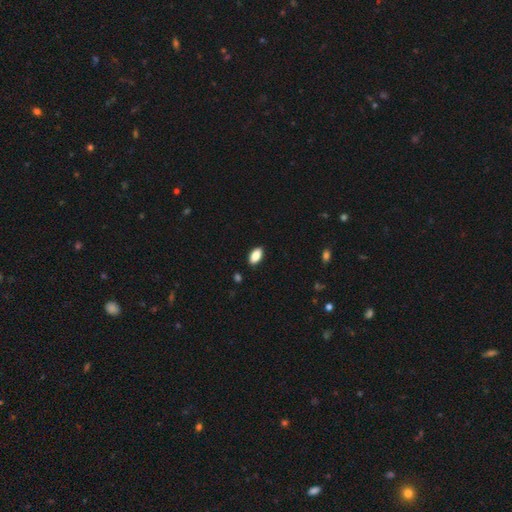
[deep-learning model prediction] The model was most divided on "merging": none: 89%, minor disturbance: 9%, major disturbance: 2%, merger: 1%. More confident: how rounded — in between (91%); smooth or featured — smooth (87%).